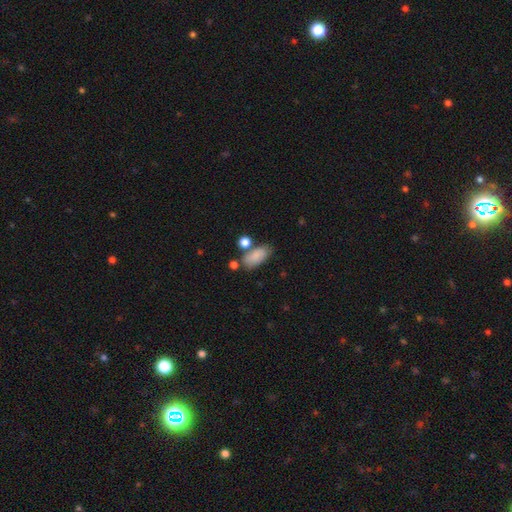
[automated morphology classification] The model was most divided on "merging": none: 60%, merger: 17%, minor disturbance: 17%, major disturbance: 6%. More confident: how rounded — in between (89%); smooth or featured — smooth (84%).